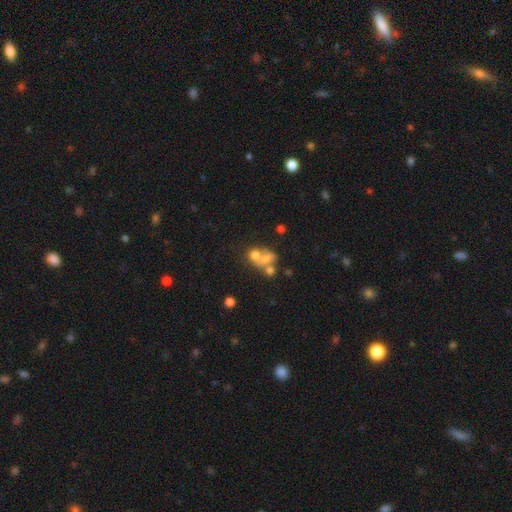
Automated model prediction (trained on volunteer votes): Morphology: type=smooth (55%); roundness=round (50%); merging=merger (59%).